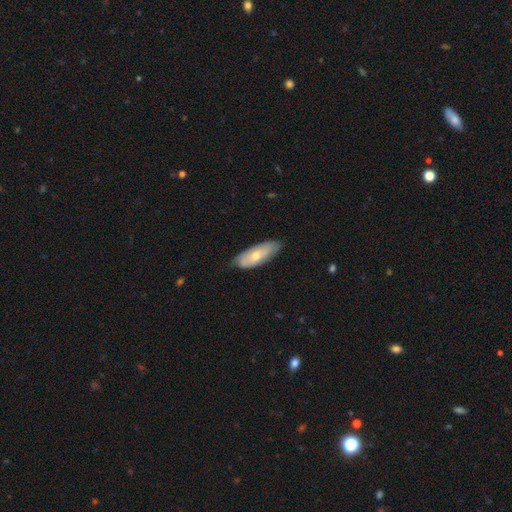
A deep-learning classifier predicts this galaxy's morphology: Smooth or featured: smooth — 62% (featured or disk — 33%)
How rounded: in between — 75% (cigar-shaped — 22%)
Merging: none — 73% (minor disturbance — 22%)